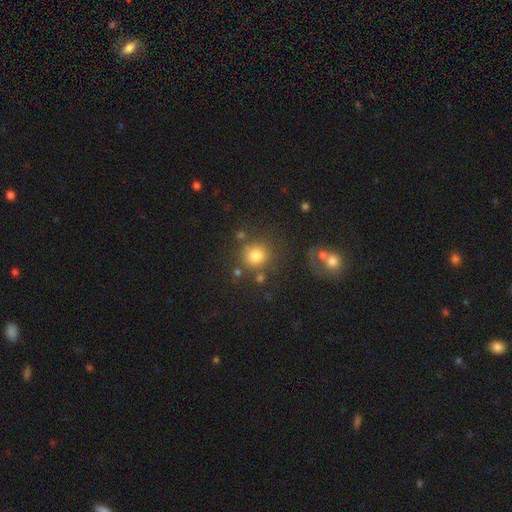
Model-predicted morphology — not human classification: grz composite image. It shows a smooth galaxy with no disk features (78%) that is round (89%). Merging: none (74%).